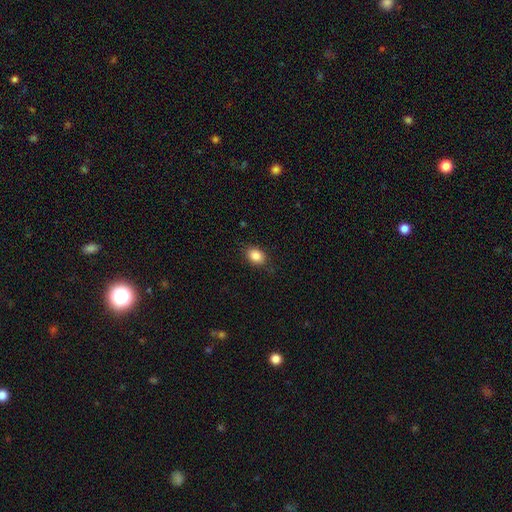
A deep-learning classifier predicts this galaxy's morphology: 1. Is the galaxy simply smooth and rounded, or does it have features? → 86% smooth, 9% star or artifact, 5% featured or disk.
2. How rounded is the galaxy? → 70% in between, 29% round, 1% cigar-shaped.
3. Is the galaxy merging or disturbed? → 86% none, 11% minor disturbance, 3% major disturbance, 1% merger.